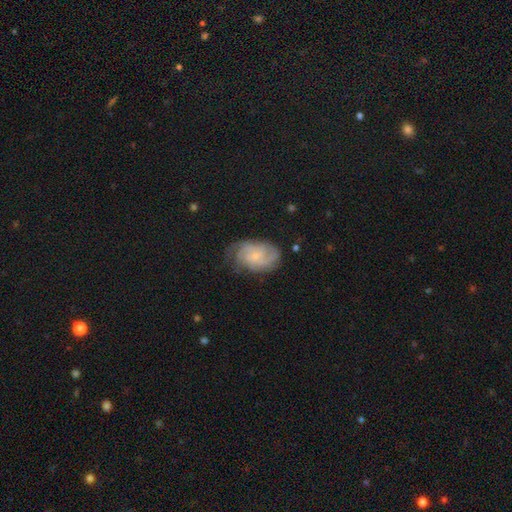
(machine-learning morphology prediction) This is clearly a featured or disk galaxy (82%). It is clearly not viewed edge-on (98%). Bar: likely no (72%). Spiral arm pattern: clearly yes (96%). Spiral arm count: marginally 2 (27%, tied with 3). Spiral winding: possibly tight (57%). Central bulge: likely small (77%). Merging: likely none (69%).